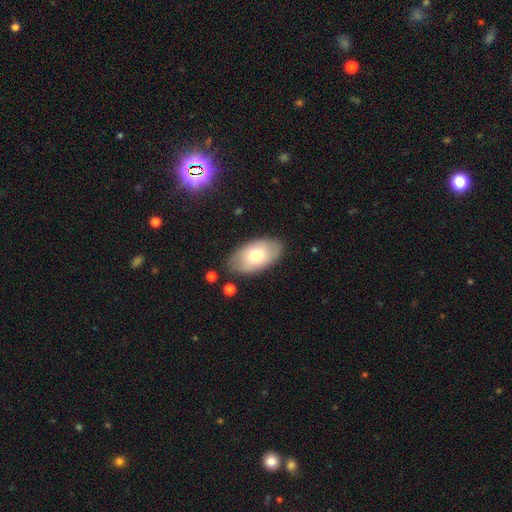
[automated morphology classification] type=smooth (68%); roundness=in between (93%); merging=none (83%).